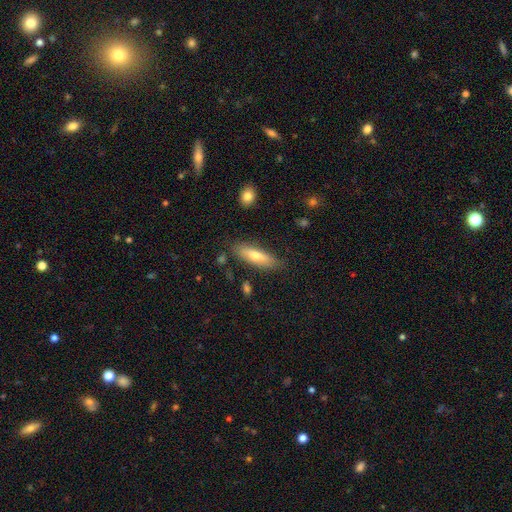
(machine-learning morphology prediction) Q: Smooth or featured?
A: smooth (65%); runner-up: featured or disk (29%)
Q: How rounded?
A: cigar-shaped (56%); runner-up: in between (42%)
Q: Merging?
A: none (82%); runner-up: minor disturbance (13%)